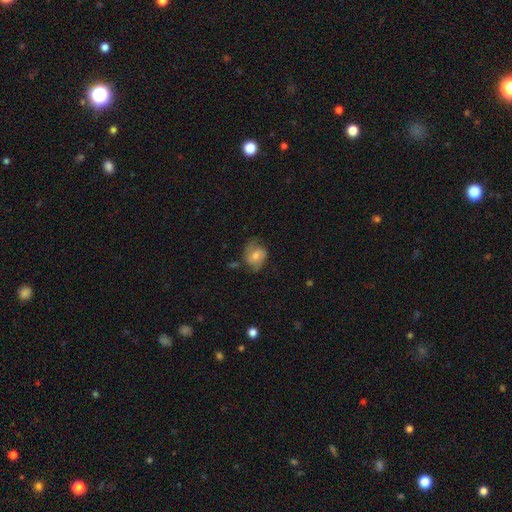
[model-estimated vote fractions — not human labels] Smooth or featured?
  - featured or disk: 52% *
  - smooth: 39%
  - star or artifact: 9%
Edge-on disk?
  - no: 96% *
  - yes: 4%
Bar?
  - no: 58% *
  - weak: 33%
  - strong: 9%
Spiral arms?
  - yes: 82% *
  - no: 18%
Bulge size?
  - moderate: 59% *
  - small: 33%
  - large: 5%
  - none: 2%
  - dominant: 1%
Merging?
  - none: 62% *
  - minor disturbance: 26%
  - major disturbance: 10%
  - merger: 2%